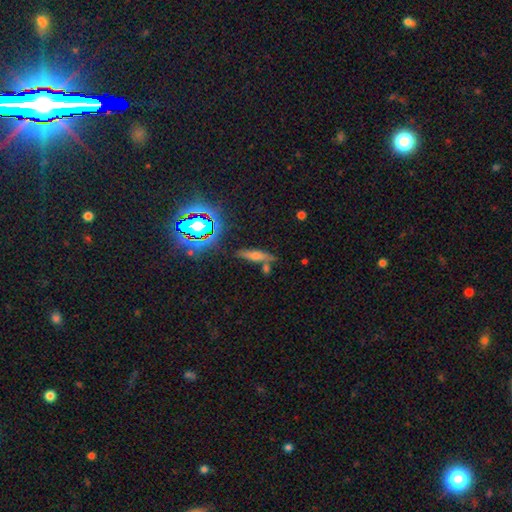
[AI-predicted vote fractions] The model was most divided on "smooth or featured": smooth: 43%, featured or disk: 30%, star or artifact: 27%. More confident: merging — none (71%).